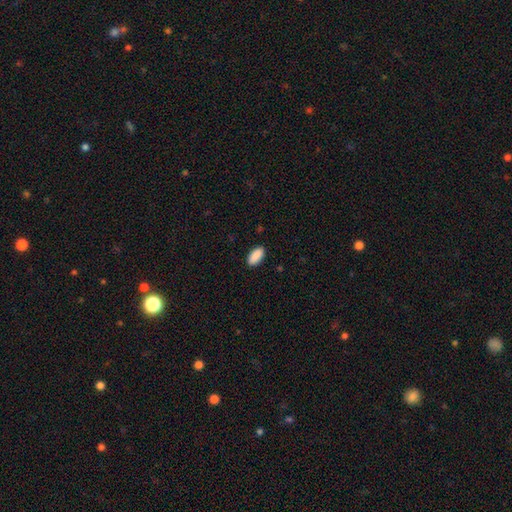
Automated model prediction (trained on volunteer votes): A smooth galaxy with no disk features (91%) that is in between round and cigar-shaped (92%).

Vote fractions:
- Smooth or featured? smooth: 91% / star or artifact: 6% / featured or disk: 3%
- How rounded? in between: 92% / cigar-shaped: 6% / round: 2%
- Merging? none: 90% / minor disturbance: 8% / major disturbance: 2% / merger: 1%